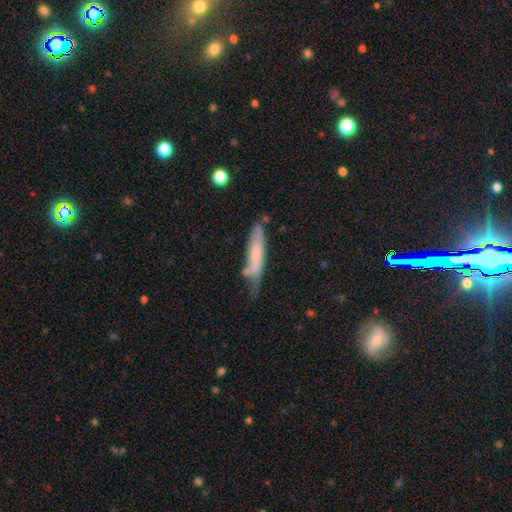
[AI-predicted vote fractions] smooth_or_featured: smooth (p=0.61) [alt: featured or disk p=0.32]
how_rounded: cigar-shaped (p=0.81) [alt: in between p=0.17]
merging: none (p=0.46) [alt: minor disturbance p=0.34]